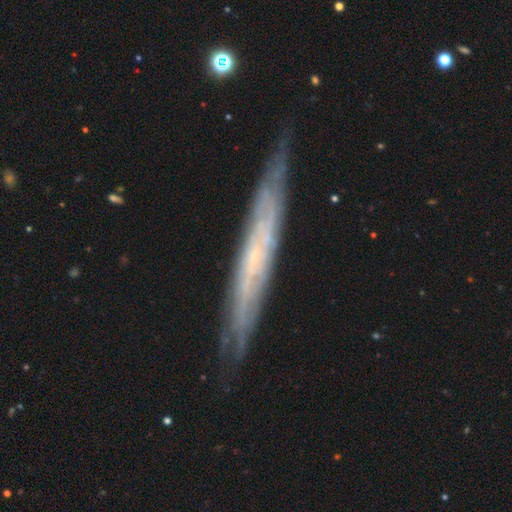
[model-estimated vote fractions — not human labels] featured or disk 71%, smooth 22%, star or artifact 7%. Down the decision tree: edge-on disk — yes (71%); edge-on bulge — none (75%); merging — none (82%).